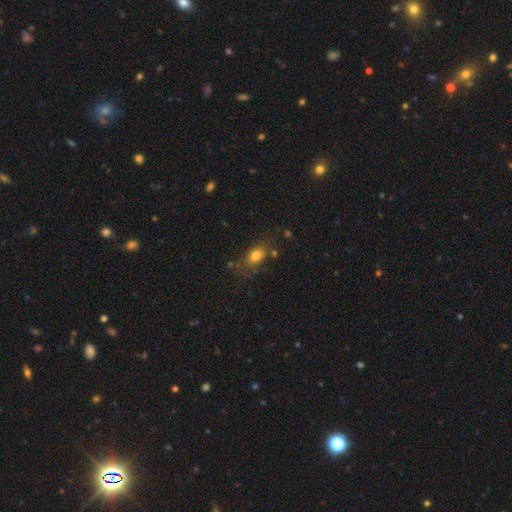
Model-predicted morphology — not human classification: Smooth or featured?
  - smooth: 78% *
  - featured or disk: 12%
  - star or artifact: 10%
How rounded?
  - in between: 83% *
  - round: 13%
  - cigar-shaped: 4%
Merging?
  - none: 67% *
  - minor disturbance: 19%
  - major disturbance: 8%
  - merger: 6%